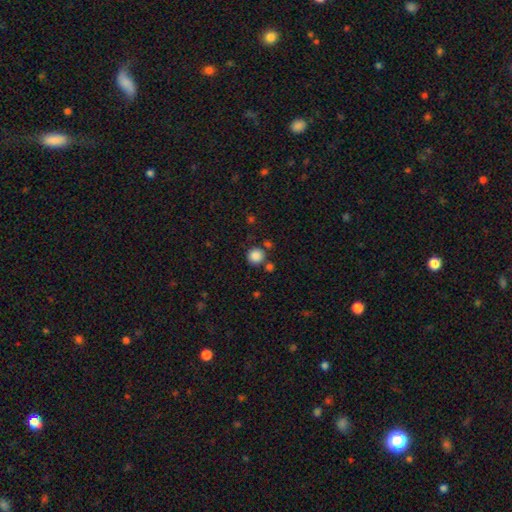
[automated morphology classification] A smooth galaxy with no disk features (86%) that is round (93%).

Vote fractions:
- Smooth or featured? smooth: 86% / star or artifact: 10% / featured or disk: 4%
- How rounded? round: 93% / in between: 7% / cigar-shaped: 1%
- Merging? none: 77% / merger: 10% / minor disturbance: 9% / major disturbance: 4%